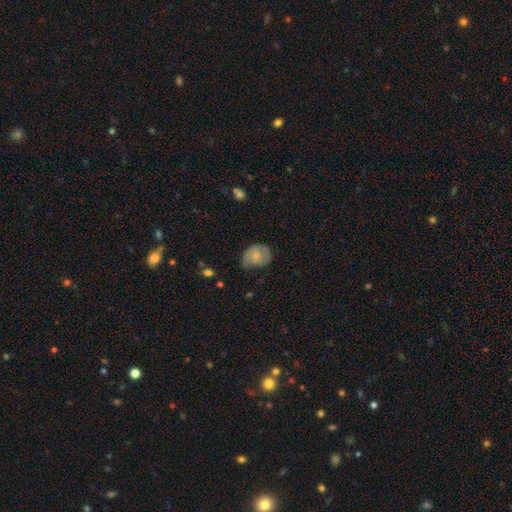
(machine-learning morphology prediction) A smooth galaxy with no disk features (62%) that is in between round and cigar-shaped (55%). Merging: none (42%).